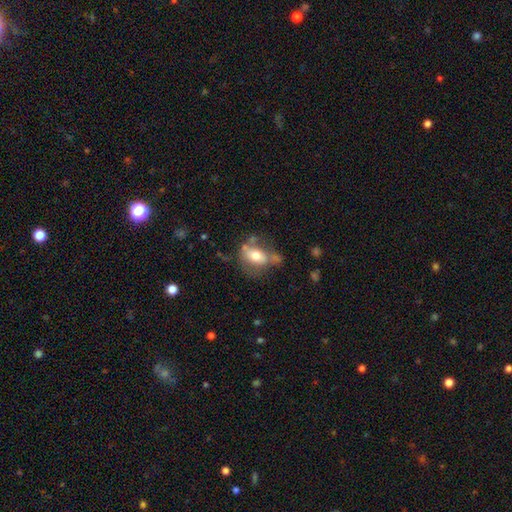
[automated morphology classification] The model was most divided on "merging": none: 38%, minor disturbance: 26%, major disturbance: 19%, merger: 17%. More confident: how rounded — in between (77%); smooth or featured — smooth (62%).